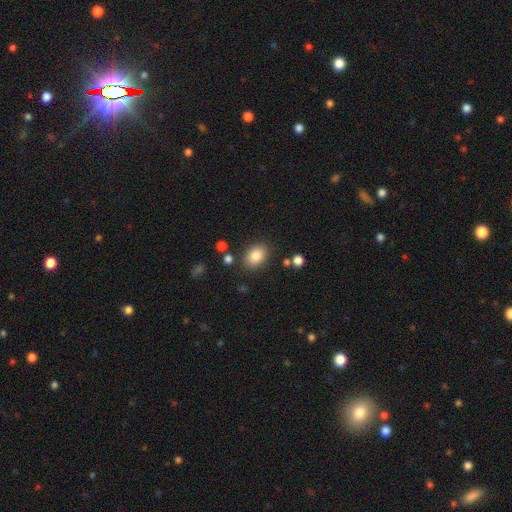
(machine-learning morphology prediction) smooth-or-featured: smooth: 84% | star or artifact: 9% | featured or disk: 7%
  how-rounded: in between: 73% | round: 26% | cigar-shaped: 1%
  merging: none: 83% | minor disturbance: 10% | major disturbance: 3% | merger: 3%